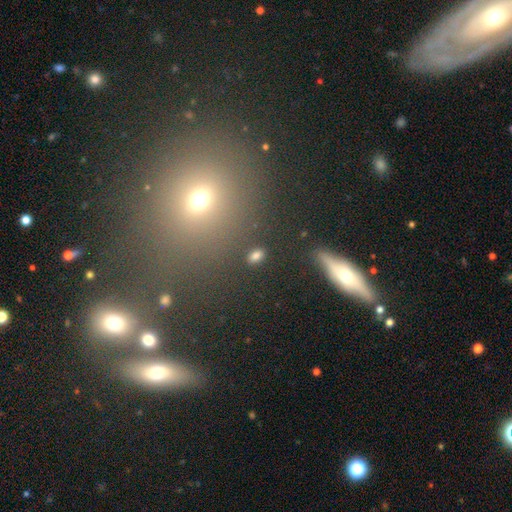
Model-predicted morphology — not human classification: type=smooth (68%); roundness=in between (51%); merging=none (81%).